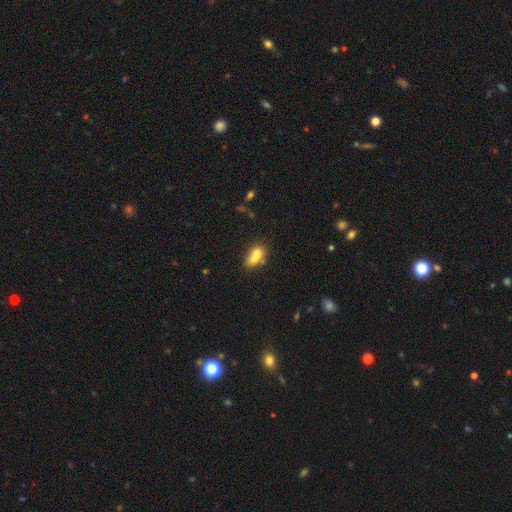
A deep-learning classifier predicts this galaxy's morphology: Smooth or featured?
  - smooth: 70% *
  - featured or disk: 20%
  - star or artifact: 11%
How rounded?
  - in between: 78% *
  - round: 14%
  - cigar-shaped: 8%
Merging?
  - merger: 43% *
  - none: 34%
  - minor disturbance: 16%
  - major disturbance: 7%